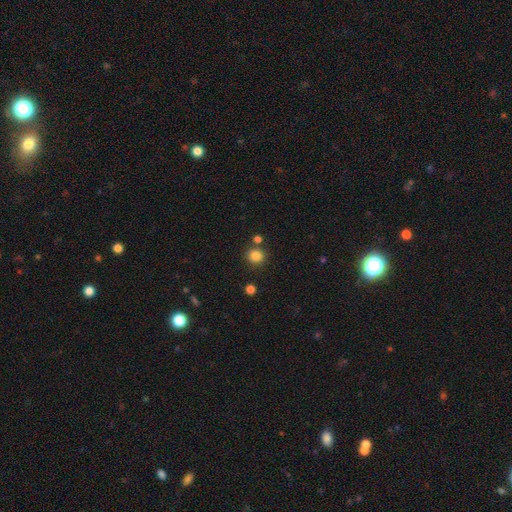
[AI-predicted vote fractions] A smooth galaxy with no disk features (84%) that is round (88%).

Vote fractions:
- Smooth or featured? smooth: 84% / star or artifact: 12% / featured or disk: 4%
- How rounded? round: 88% / in between: 11% / cigar-shaped: 1%
- Merging? none: 81% / merger: 8% / minor disturbance: 8% / major disturbance: 3%